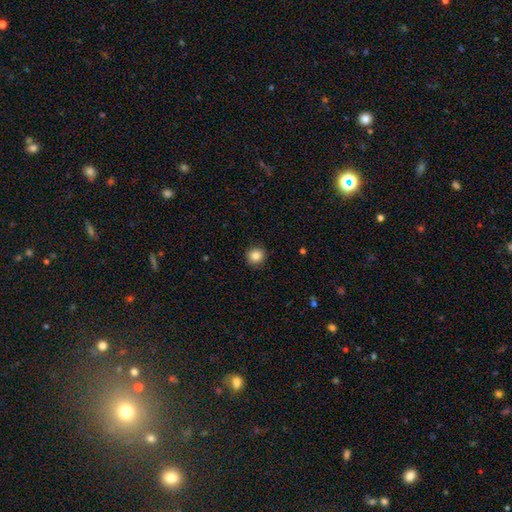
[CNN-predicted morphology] Smooth or featured?
  - smooth: 85% *
  - star or artifact: 10%
  - featured or disk: 5%
How rounded?
  - round: 93% *
  - in between: 6%
  - cigar-shaped: 1%
Merging?
  - none: 91% *
  - minor disturbance: 7%
  - major disturbance: 2%
  - merger: 1%